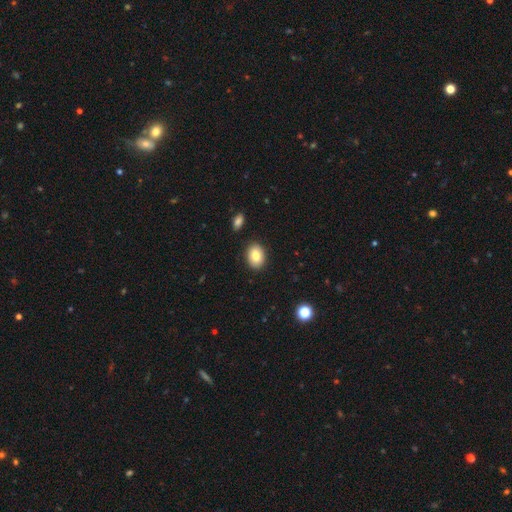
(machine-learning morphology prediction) smooth_or_featured: smooth (p=0.81) [alt: featured or disk p=0.11]
how_rounded: in between (p=0.74) [alt: round p=0.25]
merging: none (p=0.89) [alt: minor disturbance p=0.08]